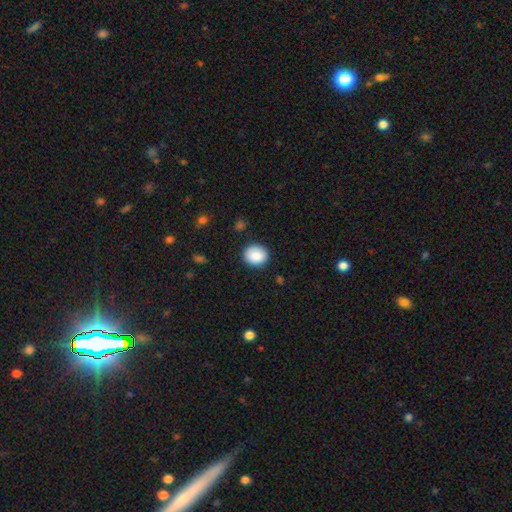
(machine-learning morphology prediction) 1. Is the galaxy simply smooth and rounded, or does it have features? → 88% smooth, 8% star or artifact, 4% featured or disk.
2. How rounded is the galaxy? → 75% round, 25% in between, 1% cigar-shaped.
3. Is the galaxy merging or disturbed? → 88% none, 9% minor disturbance, 2% major disturbance, 1% merger.